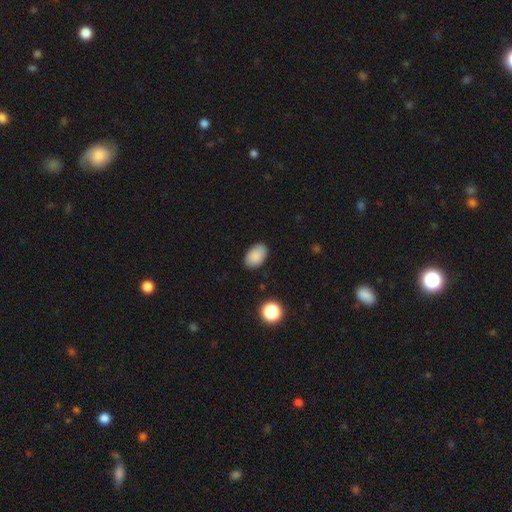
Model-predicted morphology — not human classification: Overall: smooth (88%). How rounded: in between (90%). Merging: none (86%).